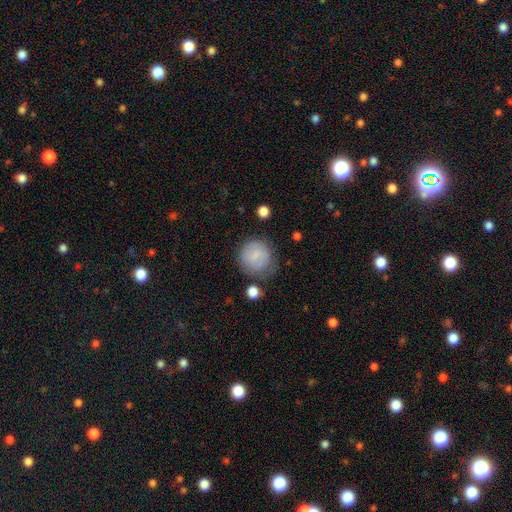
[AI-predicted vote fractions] smooth 74%, featured or disk 18%, star or artifact 8%. Down the decision tree: how rounded — round (89%); merging — none (68%).